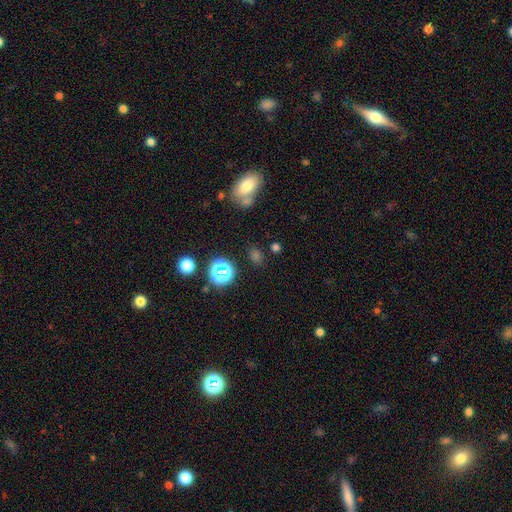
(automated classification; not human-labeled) Smooth or featured: smooth — 52% (star or artifact — 39%)
How rounded: round — 49% (in between — 47%)
Merging: none — 71% (merger — 12%)